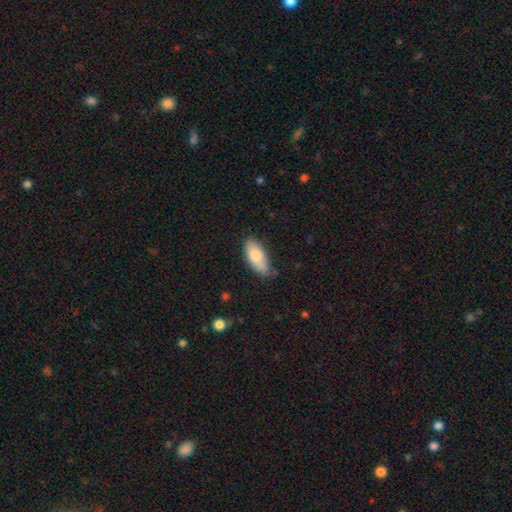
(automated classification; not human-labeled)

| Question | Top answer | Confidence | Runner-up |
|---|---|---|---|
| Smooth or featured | smooth | 80% | featured or disk (14%) |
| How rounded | in between | 85% | cigar-shaped (12%) |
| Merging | none | 69% | minor disturbance (25%) |